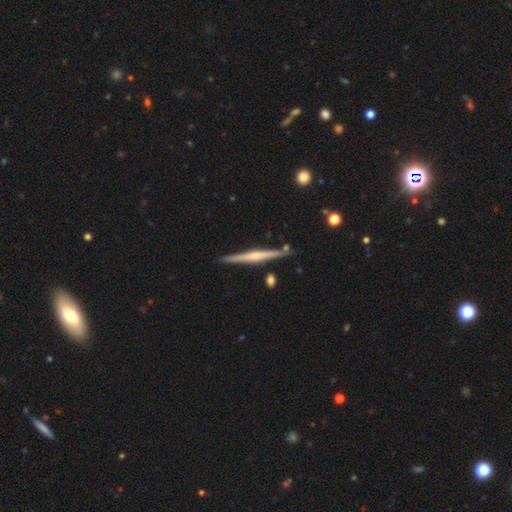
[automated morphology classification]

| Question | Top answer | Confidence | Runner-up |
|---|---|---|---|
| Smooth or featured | featured or disk | 70% | smooth (25%) |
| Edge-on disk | yes | 98% | no (2%) |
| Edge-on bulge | rounded | 58% | none (25%) |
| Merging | none | 88% | minor disturbance (8%) |